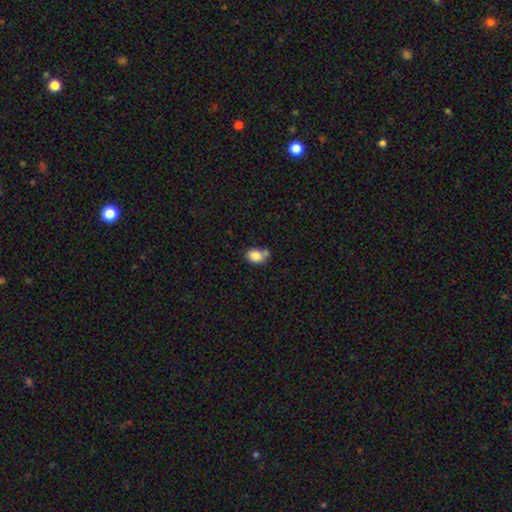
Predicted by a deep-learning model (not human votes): smooth_or_featured: smooth (p=0.84) [alt: star or artifact p=0.09]
how_rounded: in between (p=0.69) [alt: round p=0.30]
merging: none (p=0.45) [alt: merger p=0.30]